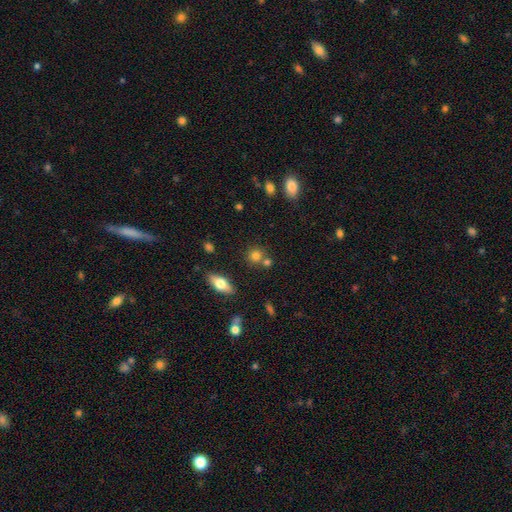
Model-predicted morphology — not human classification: type=smooth (76%); roundness=round (85%); merging=none (62%).